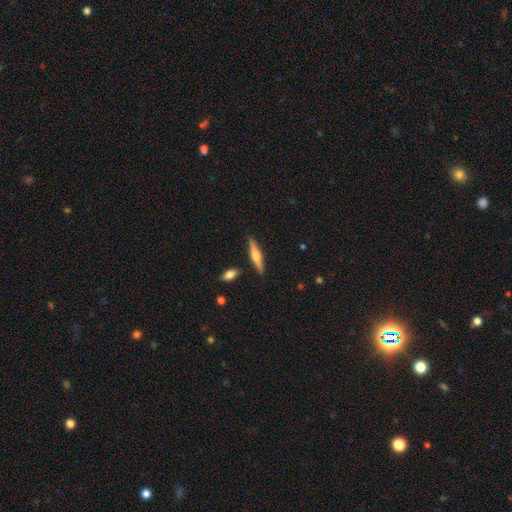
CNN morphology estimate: Smooth or featured? featured or disk (55%)
Edge-on disk? yes (96%)
Edge-on bulge? rounded (89%)
Merging? none (86%)